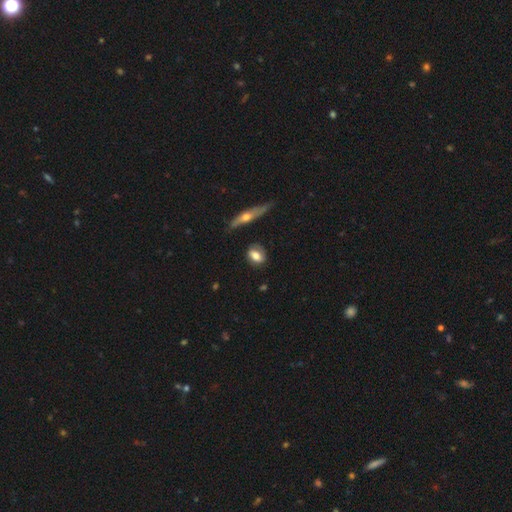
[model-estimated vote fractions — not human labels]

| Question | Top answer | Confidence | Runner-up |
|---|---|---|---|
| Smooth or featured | smooth | 73% | featured or disk (20%) |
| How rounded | in between | 64% | round (31%) |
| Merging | none | 75% | minor disturbance (17%) |